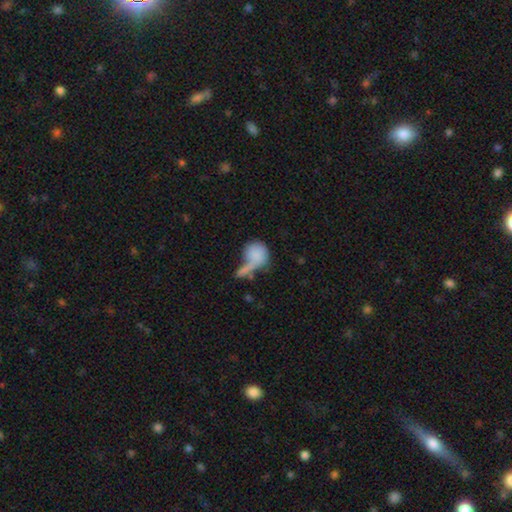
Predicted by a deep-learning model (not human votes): smooth 75%, featured or disk 17%, star or artifact 8%. Down the decision tree: how rounded — round (69%); merging — none (30%).